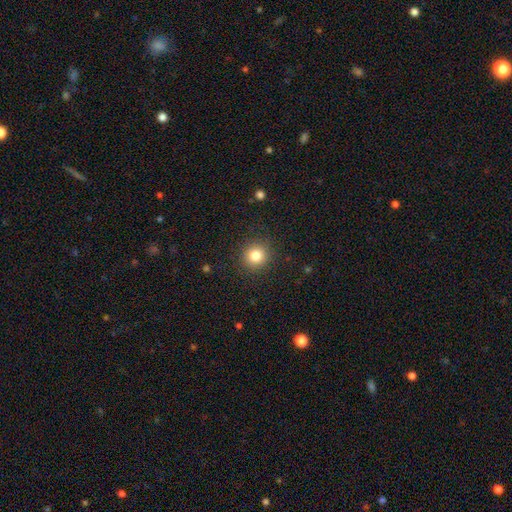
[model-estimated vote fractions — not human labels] Smooth or featured?
  - smooth: 82% *
  - star or artifact: 12%
  - featured or disk: 6%
How rounded?
  - round: 93% *
  - in between: 6%
  - cigar-shaped: 1%
Merging?
  - none: 90% *
  - minor disturbance: 6%
  - major disturbance: 2%
  - merger: 1%